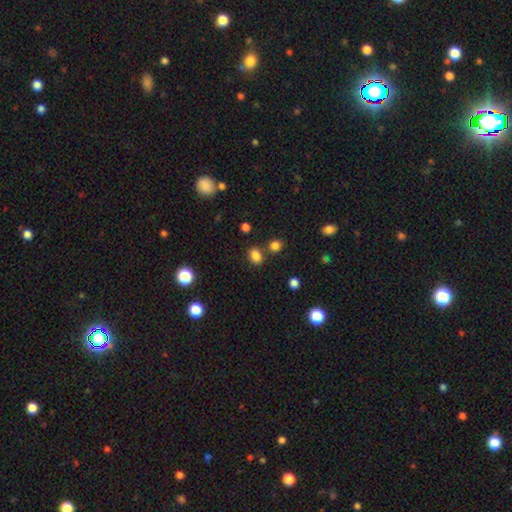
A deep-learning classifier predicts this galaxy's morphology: Smooth or featured?
  - smooth: 82% *
  - star or artifact: 13%
  - featured or disk: 5%
How rounded?
  - in between: 67% *
  - round: 31%
  - cigar-shaped: 1%
Merging?
  - none: 74% *
  - merger: 12%
  - minor disturbance: 11%
  - major disturbance: 3%